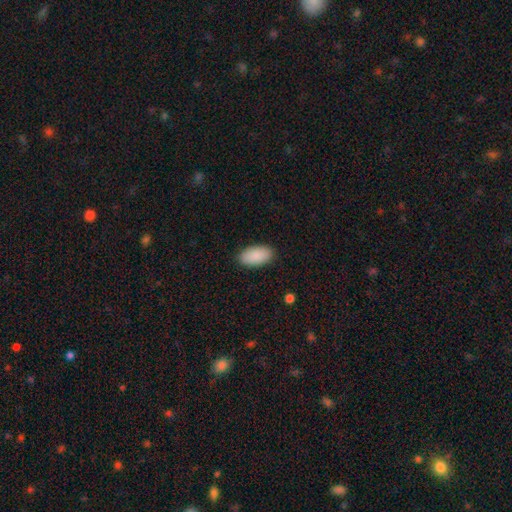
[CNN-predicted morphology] A smooth galaxy with no disk features (91%) that is in between round and cigar-shaped (95%). Merging: none (89%).